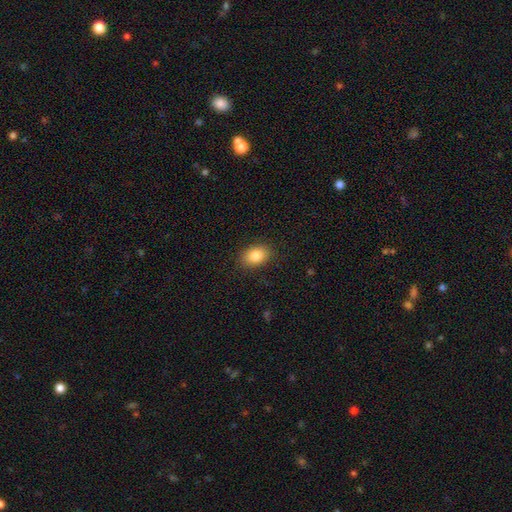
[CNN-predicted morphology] A smooth galaxy with no disk features (85%) that is in between round and cigar-shaped (79%).

Vote fractions:
- Smooth or featured? smooth: 85% / star or artifact: 8% / featured or disk: 7%
- How rounded? in between: 79% / round: 19% / cigar-shaped: 1%
- Merging? none: 87% / minor disturbance: 10% / major disturbance: 3% / merger: 1%